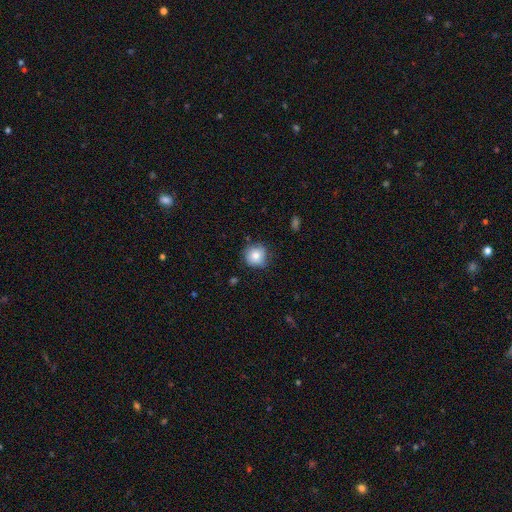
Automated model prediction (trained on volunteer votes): smooth-or-featured: smooth: 77% | featured or disk: 14% | star or artifact: 9%
  how-rounded: round: 91% | in between: 8% | cigar-shaped: 1%
  merging: none: 75% | minor disturbance: 20% | major disturbance: 4% | merger: 1%